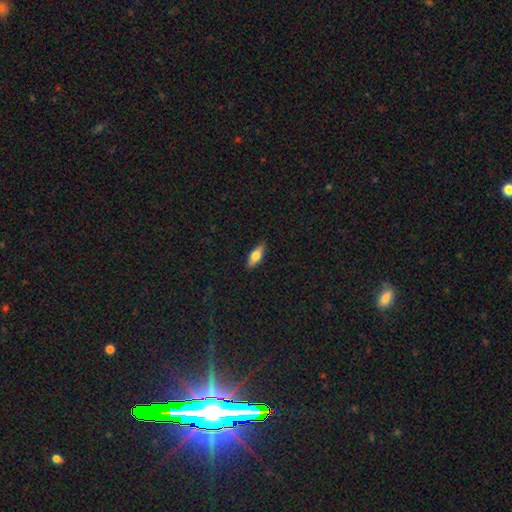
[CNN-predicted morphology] smooth_or_featured: smooth (p=0.67) [alt: featured or disk p=0.27]
how_rounded: in between (p=0.66) [alt: cigar-shaped p=0.32]
merging: none (p=0.87) [alt: minor disturbance p=0.10]